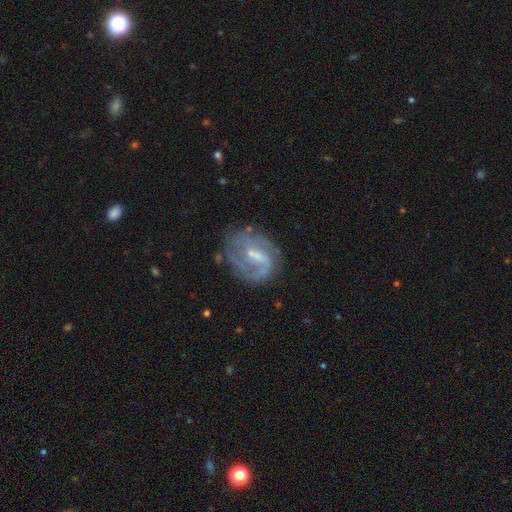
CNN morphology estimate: Overall: featured or disk (80%). Edge-on disk: no (97%). Bar: weak (56%; strong 26%). Spiral arms: yes (91%). Spiral arm count: 2 (52%; 1 26%). Spiral winding: medium (44%; tight 29%). Bulge size: small (49%; moderate 31%). Merging: none (65%).